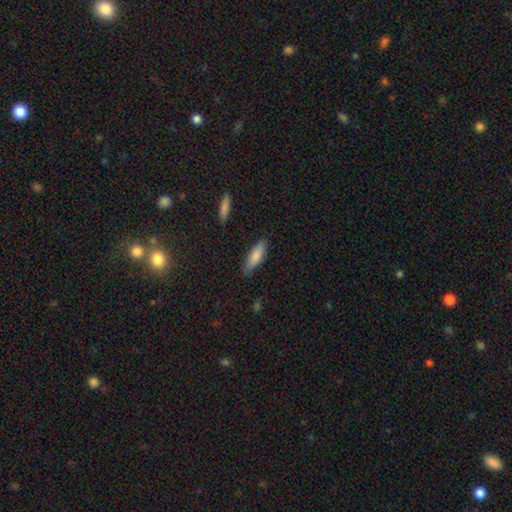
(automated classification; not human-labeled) This appears to be a smooth galaxy with no disk features (81%) that is cigar-shaped (50%). Merging: none (81%).